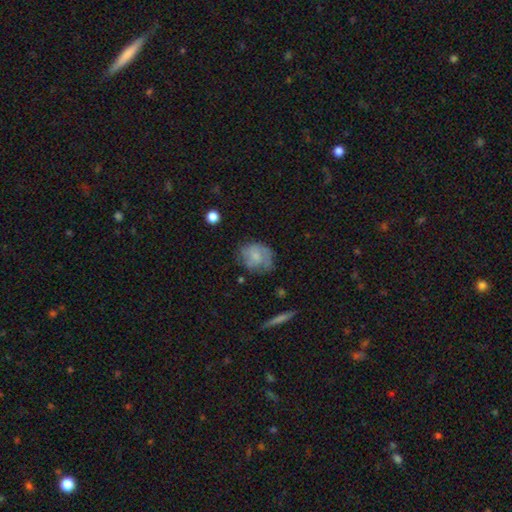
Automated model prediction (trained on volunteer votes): Overall: smooth (52%; featured or disk 40%). How rounded: round (59%; in between 39%). Merging: none (55%; minor disturbance 28%).